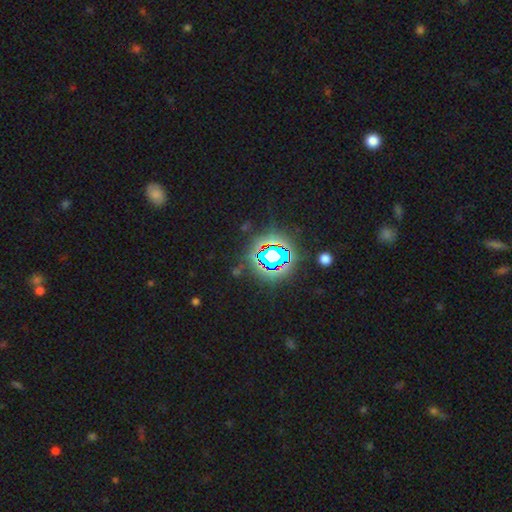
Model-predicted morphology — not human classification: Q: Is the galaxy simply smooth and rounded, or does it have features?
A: star or artifact — 82%.